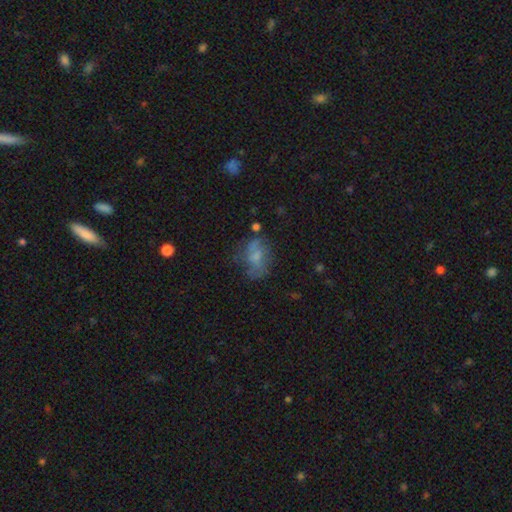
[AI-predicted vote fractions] Smooth or featured: smooth — 51% (featured or disk — 36%)
How rounded: in between — 72% (round — 26%)
Merging: none — 46% (minor disturbance — 25%)